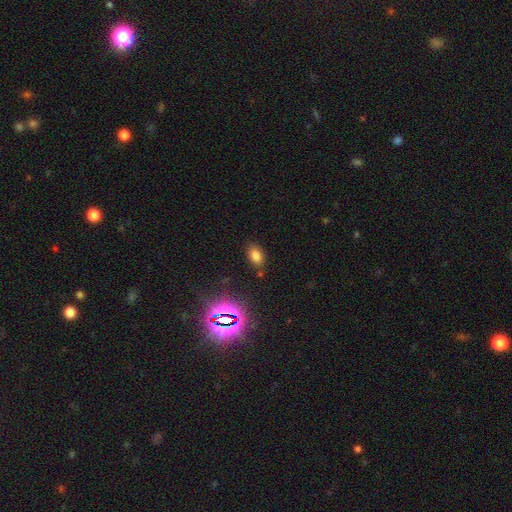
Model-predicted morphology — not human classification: This is likely a smooth galaxy (72%). How rounded: clearly in between (86%). Merging: clearly none (83%).